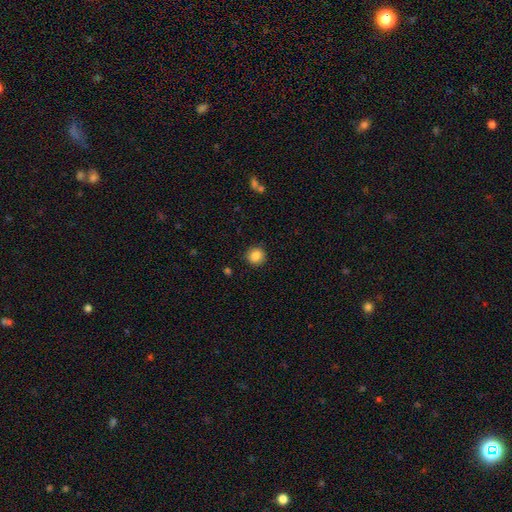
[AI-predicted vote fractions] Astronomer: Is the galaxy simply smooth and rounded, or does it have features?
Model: smooth — 87%.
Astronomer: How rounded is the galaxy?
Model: round — 91%.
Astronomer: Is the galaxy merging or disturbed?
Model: none — 91%.